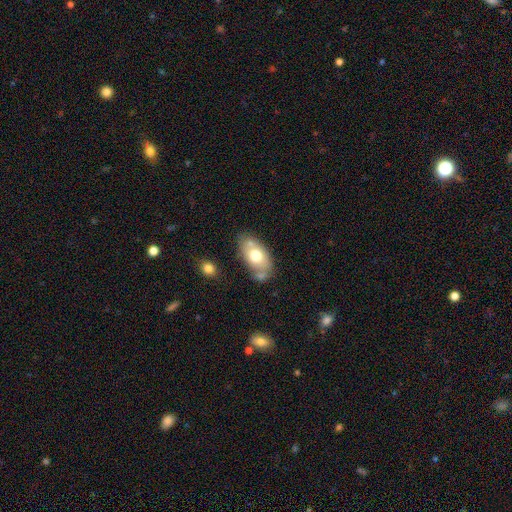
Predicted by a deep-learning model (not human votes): Smooth or featured?
  - smooth: 67% *
  - featured or disk: 26%
  - star or artifact: 7%
How rounded?
  - in between: 90% *
  - round: 7%
  - cigar-shaped: 3%
Merging?
  - none: 57% *
  - minor disturbance: 20%
  - merger: 17%
  - major disturbance: 5%